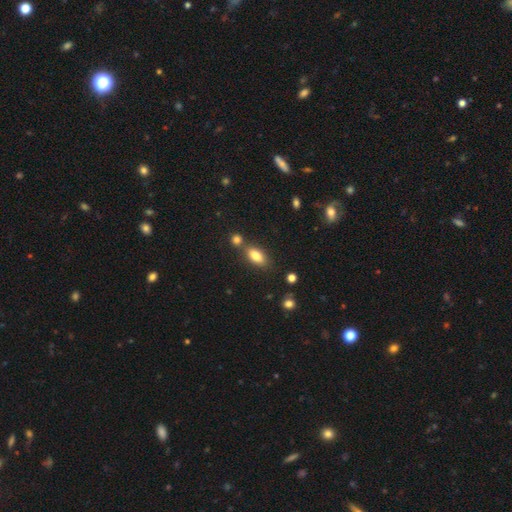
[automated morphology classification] This appears to be a smooth galaxy with no disk features (82%) that is in between round and cigar-shaped (86%). Merging: none (65%).